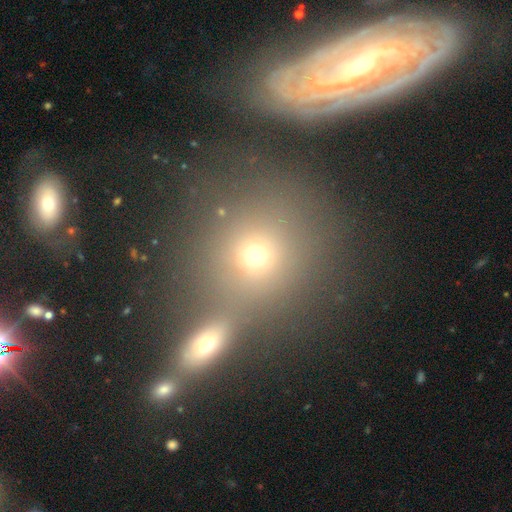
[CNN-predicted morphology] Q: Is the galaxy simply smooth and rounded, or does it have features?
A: smooth — 61%.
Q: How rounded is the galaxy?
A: round — 80%.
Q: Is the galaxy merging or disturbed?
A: none — 59%.